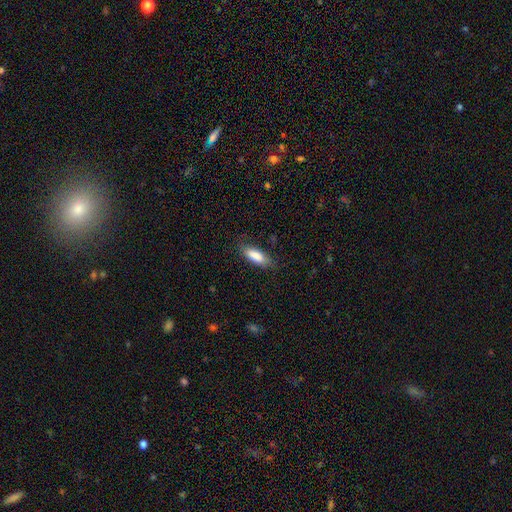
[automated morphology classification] This appears to be a smooth galaxy with no disk features (85%) that is in between round and cigar-shaped (63%). Merging: none (77%).